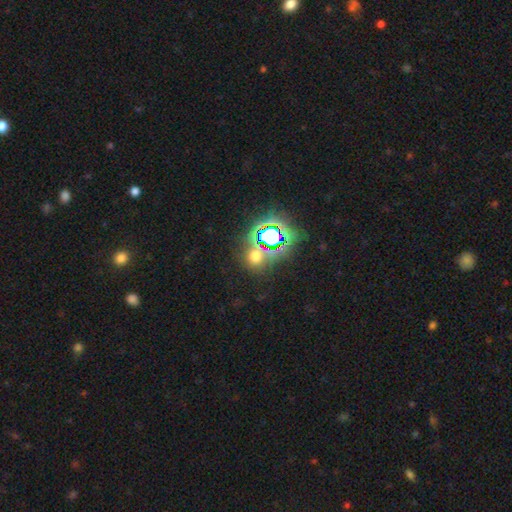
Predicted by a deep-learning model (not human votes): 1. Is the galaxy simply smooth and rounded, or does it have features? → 46% star or artifact (tied), 46% smooth (tied), 8% featured or disk.